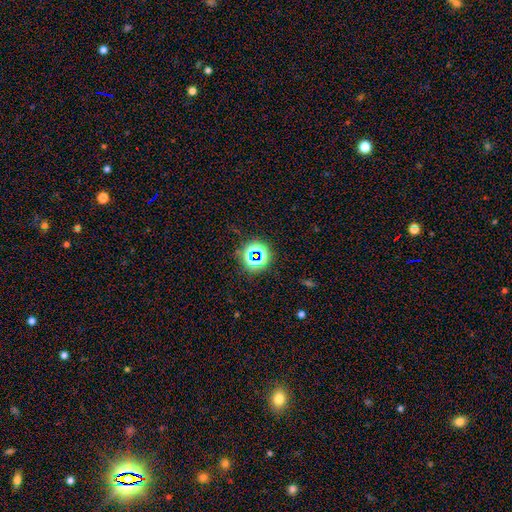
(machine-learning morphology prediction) Q: Smooth or featured?
A: star or artifact (68%); runner-up: smooth (22%)